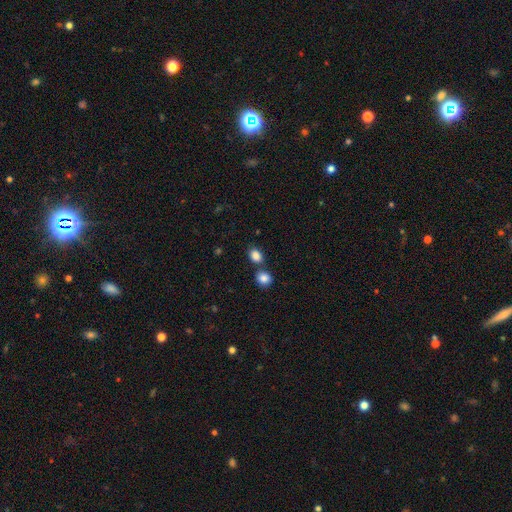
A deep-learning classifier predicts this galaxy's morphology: smooth-or-featured: smooth: 86% | star or artifact: 9% | featured or disk: 5%
  how-rounded: in between: 61% | round: 37% | cigar-shaped: 1%
  merging: none: 62% | merger: 24% | minor disturbance: 10% | major disturbance: 3%